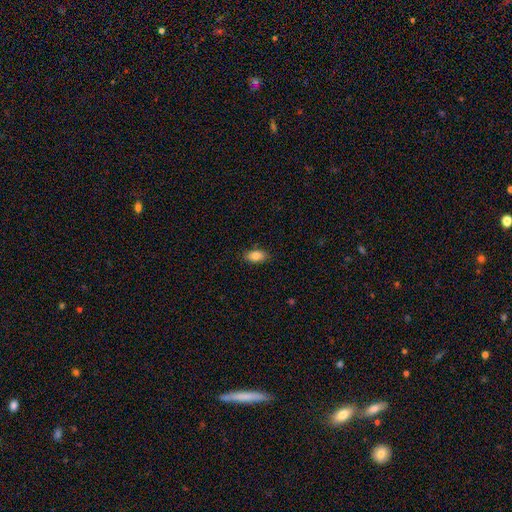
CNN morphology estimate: Overall: smooth (85%). How rounded: in between (91%). Merging: none (86%).